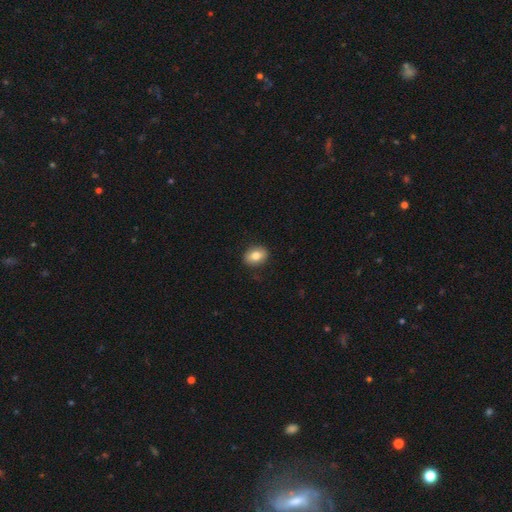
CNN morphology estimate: smooth-or-featured: smooth: 81% | featured or disk: 11% | star or artifact: 8%
  how-rounded: in between: 72% | round: 27% | cigar-shaped: 1%
  merging: none: 88% | minor disturbance: 9% | major disturbance: 2% | merger: 1%